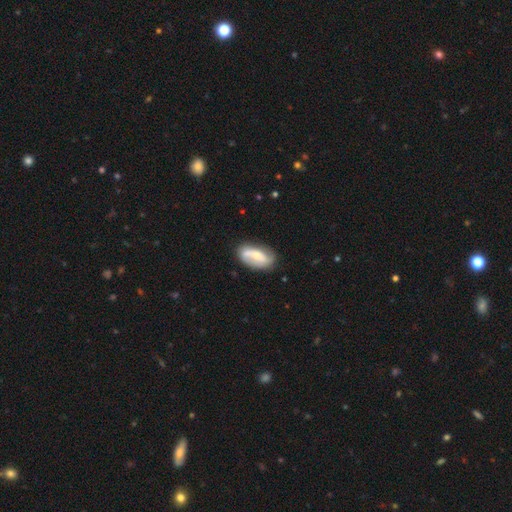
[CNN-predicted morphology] A featured or disk galaxy (61%) with no bar (42%), spiral arms (82%) and a small central bulge (49%).

Vote fractions:
- Smooth or featured? featured or disk: 61% / smooth: 33% / star or artifact: 6%
- Edge-on disk? no: 94% / yes: 6%
- Bar? no: 42% / weak: 37% / strong: 22%
- Spiral arms? yes: 82% / no: 18%
- Bulge size? small: 49% / moderate: 41% / none: 5% / large: 4% / dominant: 1%
- Merging? none: 70% / minor disturbance: 20% / major disturbance: 7% / merger: 3%